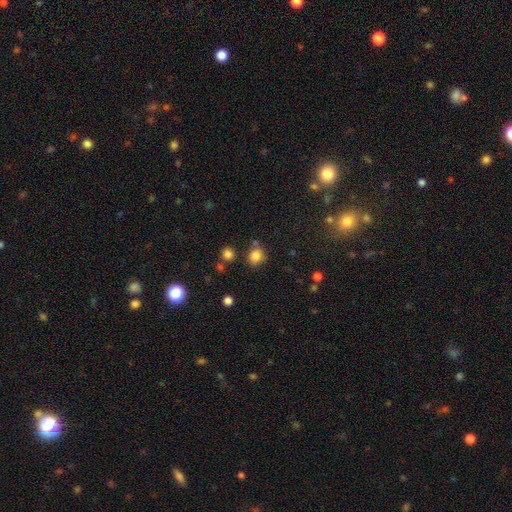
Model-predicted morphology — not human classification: The model was most divided on "how rounded": round: 77%, in between: 22%, cigar-shaped: 1%. More confident: smooth or featured — smooth (82%); merging — none (72%).